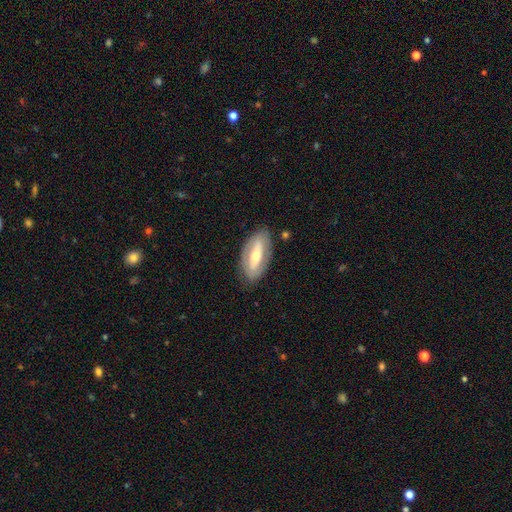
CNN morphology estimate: Smooth or featured? featured or disk (58%)
Edge-on disk? no (83%)
Merging? none (80%)